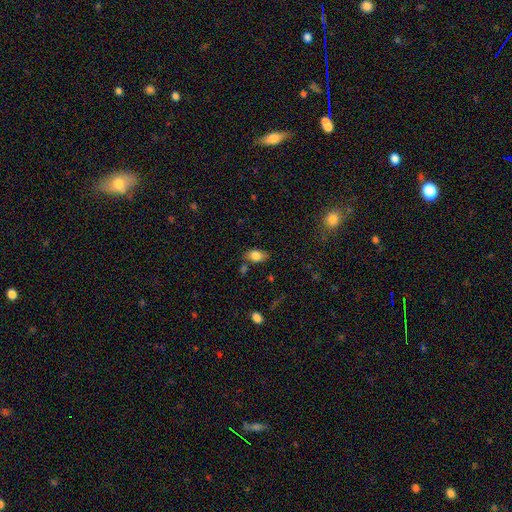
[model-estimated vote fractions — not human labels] This appears to be a smooth galaxy with no disk features (80%) that is in between round and cigar-shaped (87%). Merging: none (68%).